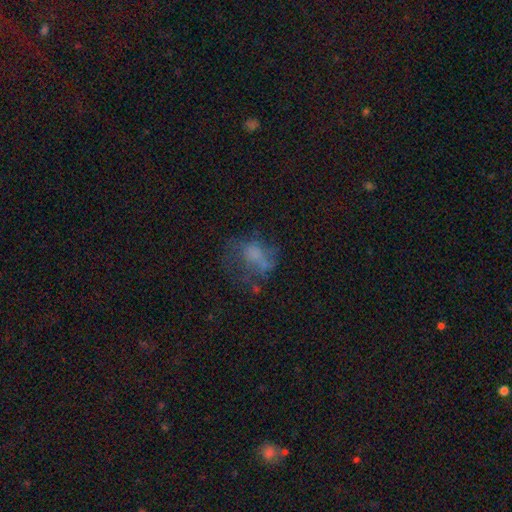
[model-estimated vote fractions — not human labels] Q: Smooth or featured?
A: smooth (44%); runner-up: featured or disk (37%)
Q: Merging?
A: major disturbance (38%); runner-up: none (37%)